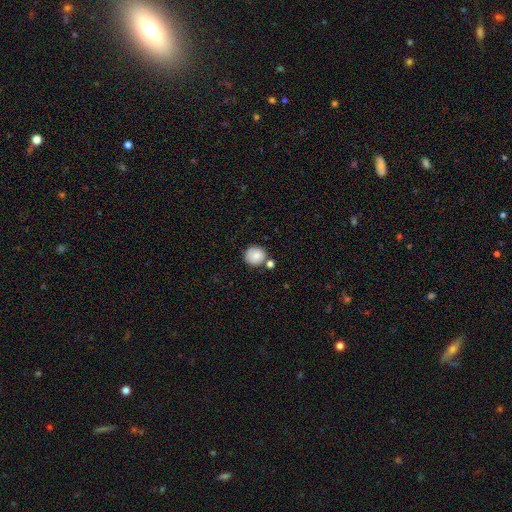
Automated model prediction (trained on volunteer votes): Smooth or featured? smooth (82%)
How rounded? round (90%)
Merging? none (71%)